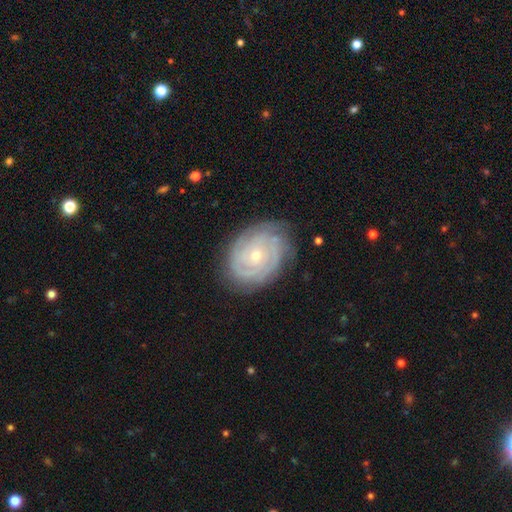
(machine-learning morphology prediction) The model was most divided on "spiral arm count": can't tell: 34%, 3: 21%, 2: 18%, 4: 15%, more than 4: 7%, 1: 6%. More confident: edge-on disk — no (97%); spiral arms — yes (95%); smooth or featured — featured or disk (83%); spiral winding — tight (80%); bar — no (79%); merging — none (78%); bulge size — small (68%).